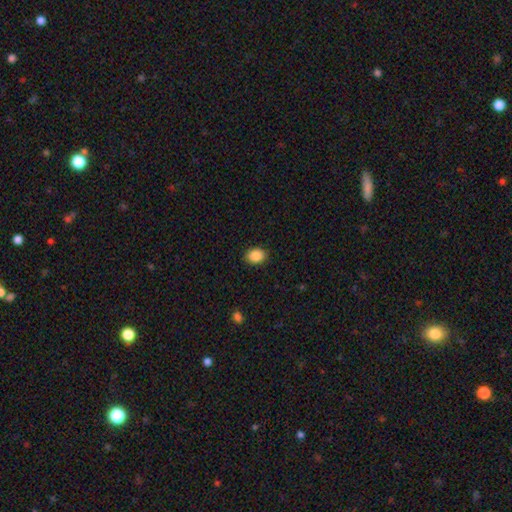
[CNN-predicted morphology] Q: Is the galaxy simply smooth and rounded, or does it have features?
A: smooth — 88%.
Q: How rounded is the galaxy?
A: in between — 60%.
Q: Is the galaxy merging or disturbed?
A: none — 89%.